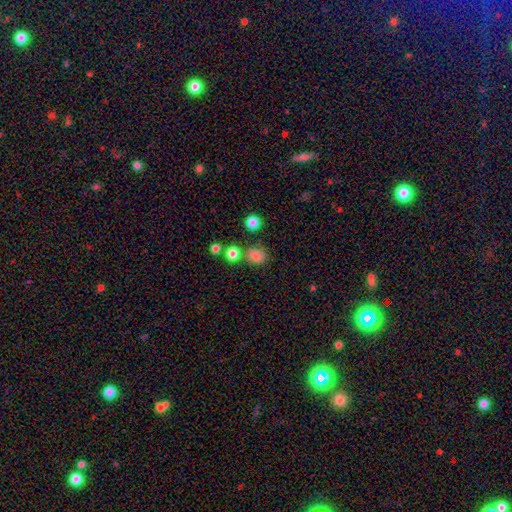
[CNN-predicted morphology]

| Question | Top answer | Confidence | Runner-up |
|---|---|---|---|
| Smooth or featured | smooth | 80% | star or artifact (14%) |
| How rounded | round | 70% | in between (29%) |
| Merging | none | 73% | minor disturbance (13%) |